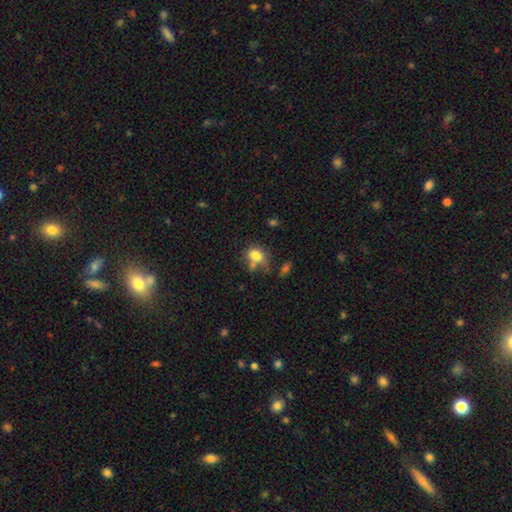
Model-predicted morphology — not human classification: This is likely a smooth galaxy (77%). How rounded: likely in between (64%). Merging: marginally none (44%).